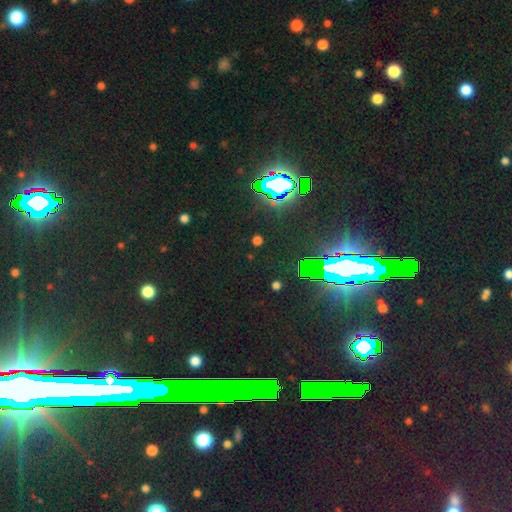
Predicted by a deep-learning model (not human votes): Smooth or featured? star or artifact (82%)